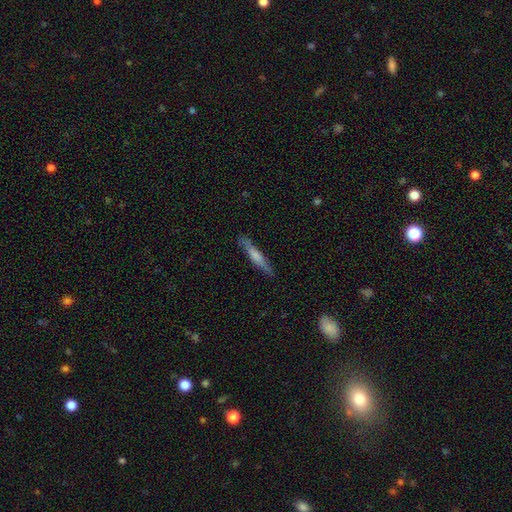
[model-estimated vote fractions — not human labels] Smooth or featured? Predicted: smooth (p=0.57). How rounded? Predicted: cigar-shaped (p=0.92). Merging? Predicted: none (p=0.84).